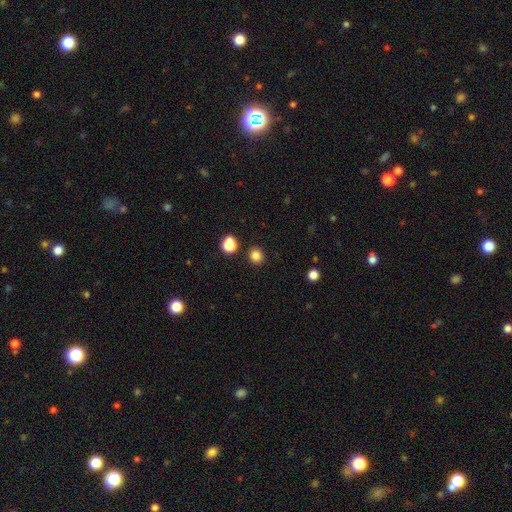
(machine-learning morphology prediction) A smooth galaxy with no disk features (83%) that is round (87%). Merging: none (89%).